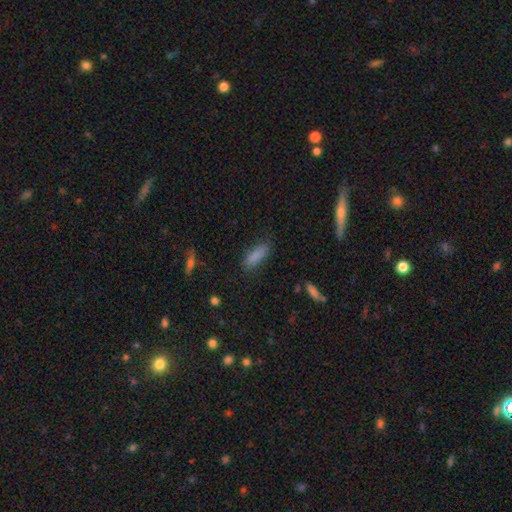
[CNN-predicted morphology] Smooth or featured? smooth (85%)
How rounded? in between (60%)
Merging? none (80%)